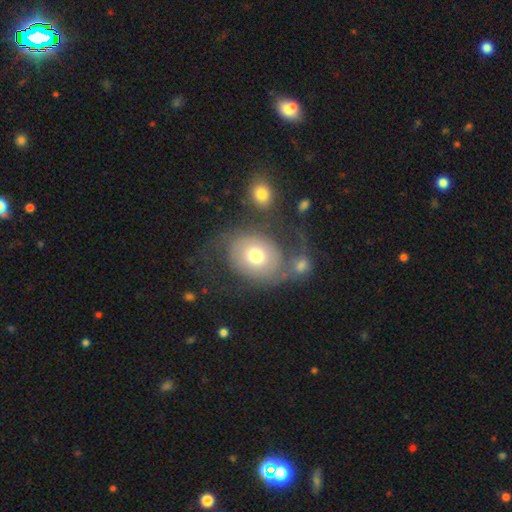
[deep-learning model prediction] smooth-or-featured: smooth: 49% | featured or disk: 42% | star or artifact: 9%
  merging: none: 39% | major disturbance: 23% | merger: 22% | minor disturbance: 16%